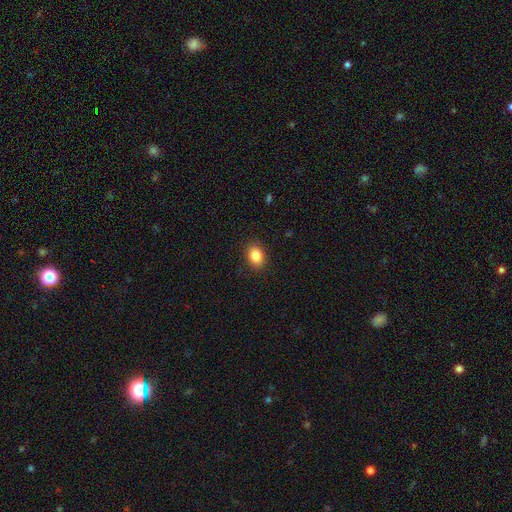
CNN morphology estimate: Smooth or featured?
  - smooth: 86% *
  - star or artifact: 9%
  - featured or disk: 5%
How rounded?
  - in between: 67% *
  - round: 32%
  - cigar-shaped: 1%
Merging?
  - none: 88% *
  - minor disturbance: 8%
  - major disturbance: 2%
  - merger: 1%